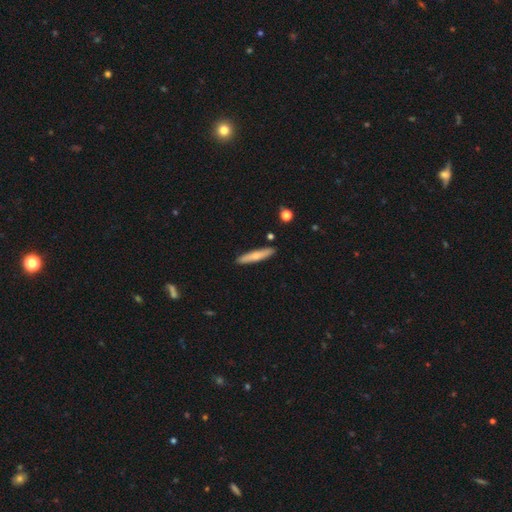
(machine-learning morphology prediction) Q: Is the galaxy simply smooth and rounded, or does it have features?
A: smooth — 62%.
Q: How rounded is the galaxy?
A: cigar-shaped — 90%.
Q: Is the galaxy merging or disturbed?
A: none — 89%.